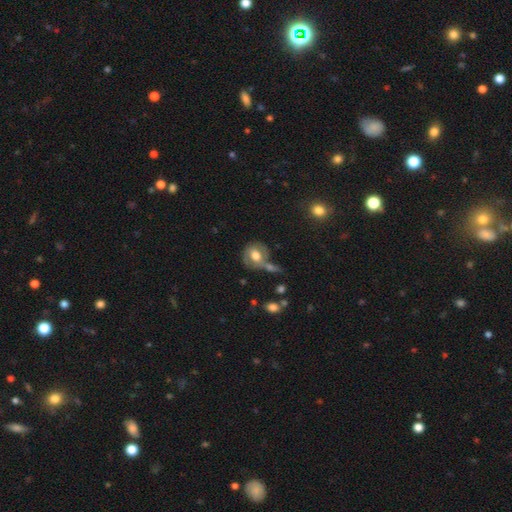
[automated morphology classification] A smooth galaxy with no disk features (55%) that is round (69%).

Vote fractions:
- Smooth or featured? smooth: 55% / featured or disk: 37% / star or artifact: 8%
- How rounded? round: 69% / in between: 30% / cigar-shaped: 1%
- Merging? none: 44% / merger: 23% / minor disturbance: 20% / major disturbance: 12%